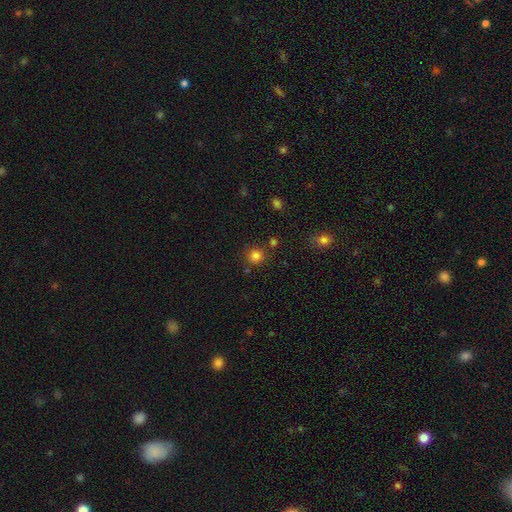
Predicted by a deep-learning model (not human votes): Smooth or featured?
  - smooth: 81% *
  - star or artifact: 14%
  - featured or disk: 5%
How rounded?
  - round: 91% *
  - in between: 8%
  - cigar-shaped: 1%
Merging?
  - none: 79% *
  - minor disturbance: 9%
  - merger: 8%
  - major disturbance: 3%